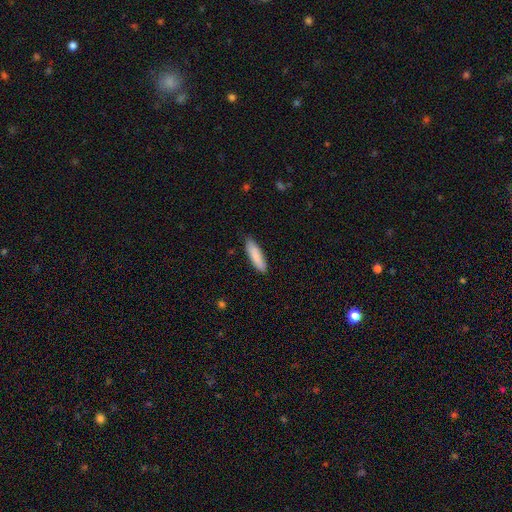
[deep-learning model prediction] Smooth or featured? Predicted: smooth (p=0.86). How rounded? Predicted: cigar-shaped (p=0.64). Merging? Predicted: none (p=0.85).